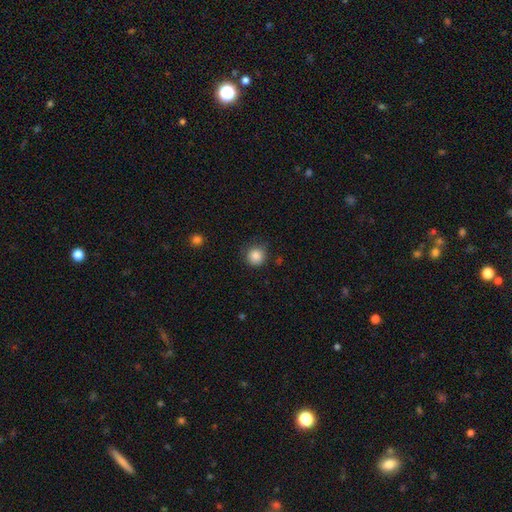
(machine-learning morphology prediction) A smooth galaxy with no disk features (86%) that is round (92%). Merging: none (79%).